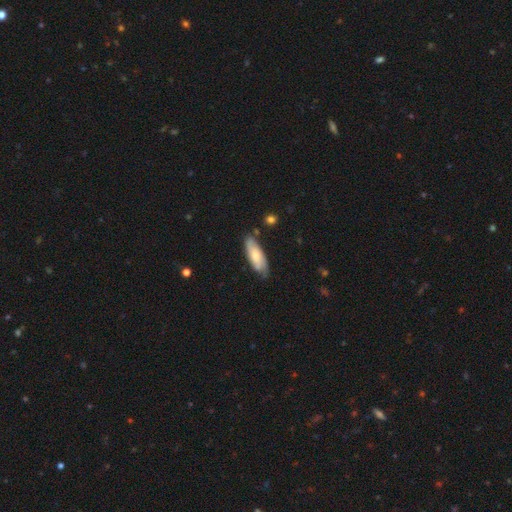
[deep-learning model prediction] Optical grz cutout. It shows a smooth galaxy with no disk features (64%) that is in between round and cigar-shaped (61%). Merging: none (70%).